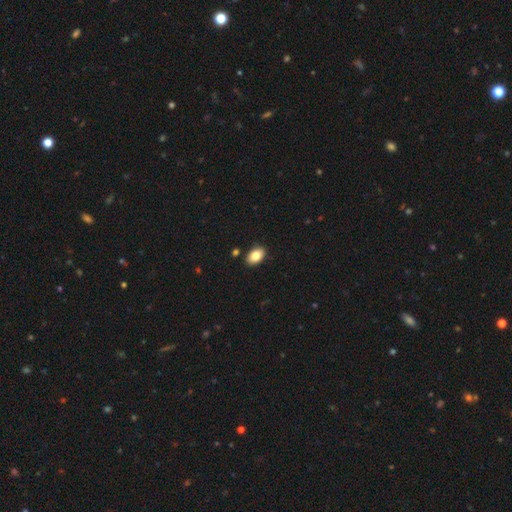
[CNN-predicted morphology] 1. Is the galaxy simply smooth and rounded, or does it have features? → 83% smooth, 10% featured or disk, 8% star or artifact.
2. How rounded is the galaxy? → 88% in between, 11% round, 1% cigar-shaped.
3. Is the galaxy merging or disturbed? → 88% none, 8% minor disturbance, 2% major disturbance, 2% merger.